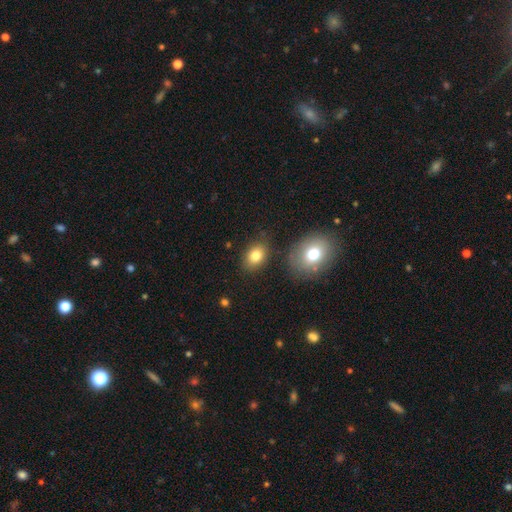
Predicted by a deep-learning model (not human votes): Smooth or featured?
  - smooth: 81% *
  - featured or disk: 10%
  - star or artifact: 9%
How rounded?
  - in between: 75% *
  - round: 23%
  - cigar-shaped: 1%
Merging?
  - none: 77% *
  - minor disturbance: 13%
  - merger: 6%
  - major disturbance: 4%